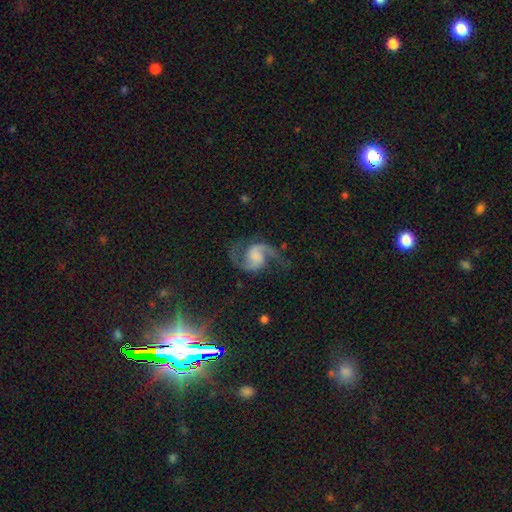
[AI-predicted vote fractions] Smooth or featured?
  - featured or disk: 89% *
  - star or artifact: 5%
  - smooth: 5%
Edge-on disk?
  - no: 98% *
  - yes: 2%
Bar?
  - no: 54% *
  - weak: 35%
  - strong: 11%
Spiral arms?
  - yes: 98% *
  - no: 2%
Spiral winding?
  - loose: 47% *
  - medium: 45%
  - tight: 8%
Spiral arm count?
  - 2: 94% *
  - 1: 2%
  - can't tell: 1%
  - 3: 1%
  - 4: 1%
  - more than 4: 1%
Bulge size?
  - none: 46% *
  - large: 21%
  - moderate: 15%
  - small: 14%
  - dominant: 5%
Merging?
  - none: 75% *
  - minor disturbance: 14%
  - major disturbance: 9%
  - merger: 2%